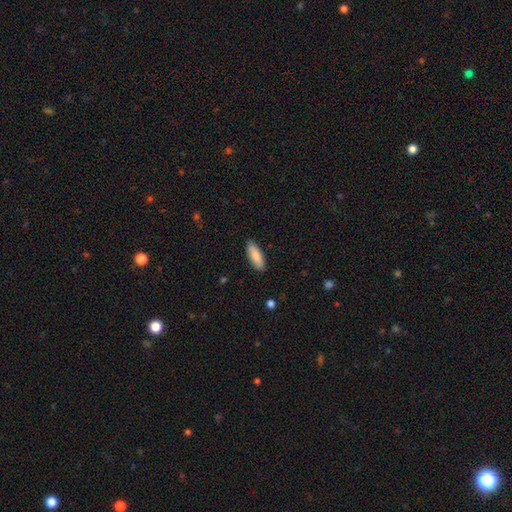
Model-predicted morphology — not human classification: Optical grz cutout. It shows a smooth galaxy with no disk features (84%) that is in between round and cigar-shaped (64%). Merging: none (89%).